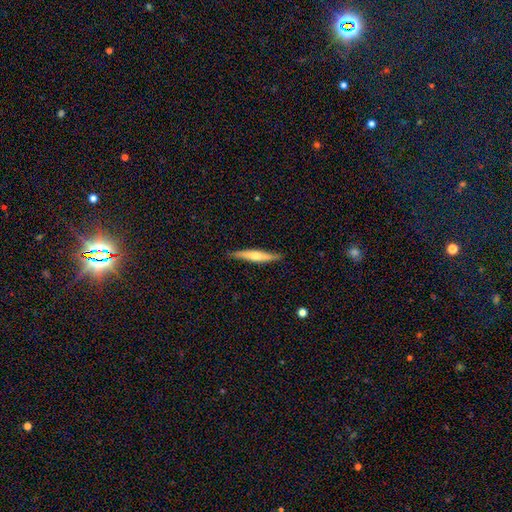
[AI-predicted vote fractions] smooth_or_featured: featured or disk (p=0.52) [alt: smooth p=0.42]
disk_edge_on: yes (p=0.94) [alt: no p=0.06]
merging: none (p=0.88) [alt: minor disturbance p=0.09]